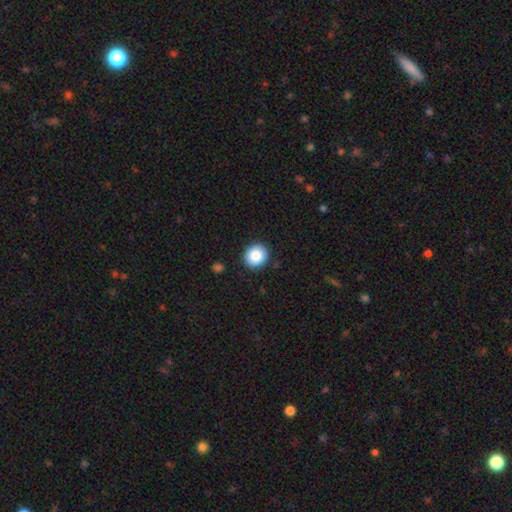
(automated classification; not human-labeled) Q: Smooth or featured?
A: smooth (87%); runner-up: star or artifact (8%)
Q: How rounded?
A: round (83%); runner-up: in between (17%)
Q: Merging?
A: none (90%); runner-up: minor disturbance (7%)